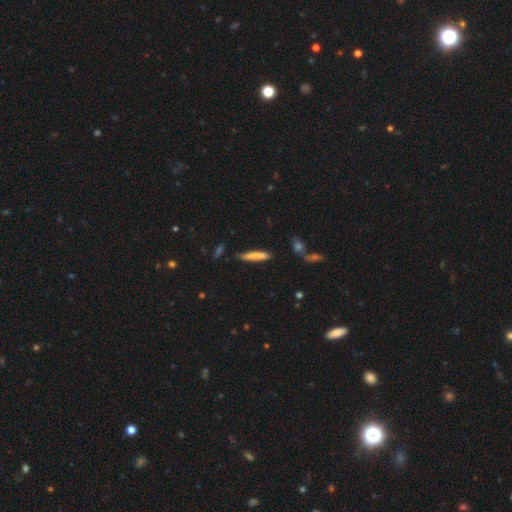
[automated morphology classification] This is likely a smooth galaxy (72%). How rounded: clearly cigar-shaped (90%). Merging: likely none (76%).